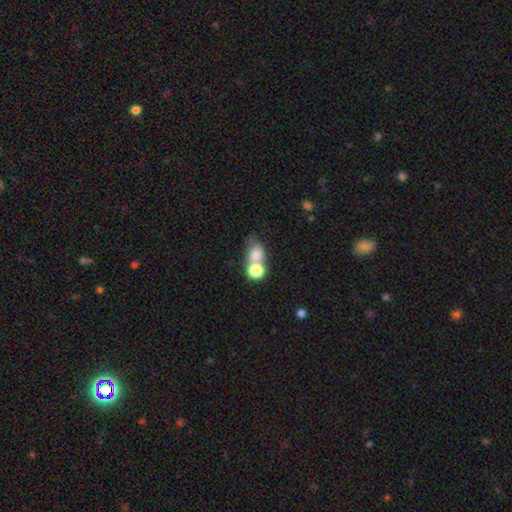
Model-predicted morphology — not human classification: Smooth or featured? Predicted: smooth (p=0.72). How rounded? Predicted: round (p=0.51). Merging? Predicted: merger (p=0.55).